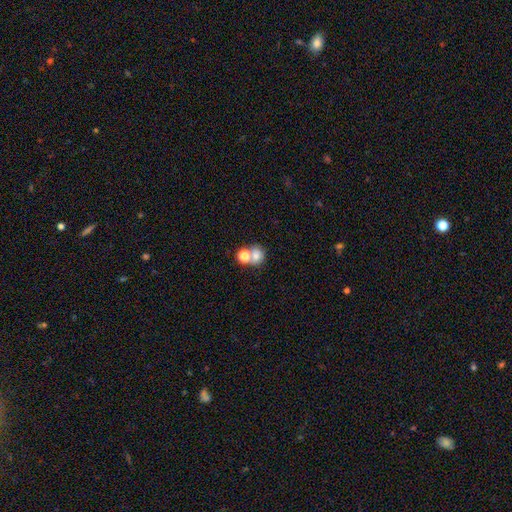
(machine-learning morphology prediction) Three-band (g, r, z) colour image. It shows a smooth galaxy with no disk features (72%) that is round (68%). Merging: merger (50%).